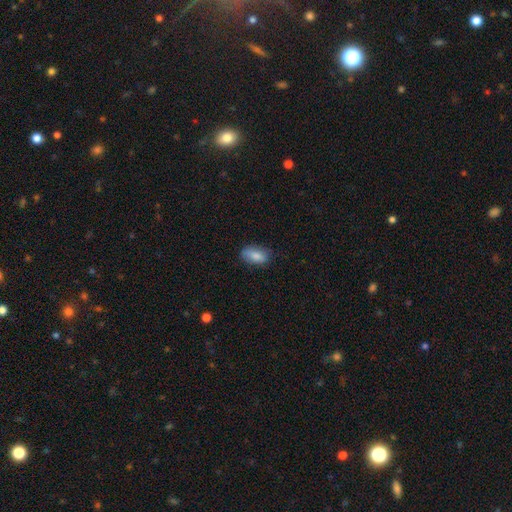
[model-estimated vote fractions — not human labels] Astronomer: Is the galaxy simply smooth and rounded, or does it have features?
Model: smooth — 85%.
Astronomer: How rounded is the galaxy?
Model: in between — 91%.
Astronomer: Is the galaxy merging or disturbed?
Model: none — 74%.